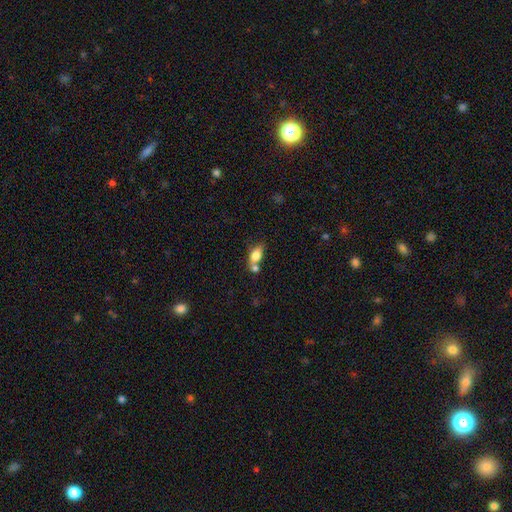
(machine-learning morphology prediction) Smooth or featured? Predicted: smooth (p=0.78). How rounded? Predicted: in between (p=0.84). Merging? Predicted: none (p=0.42).